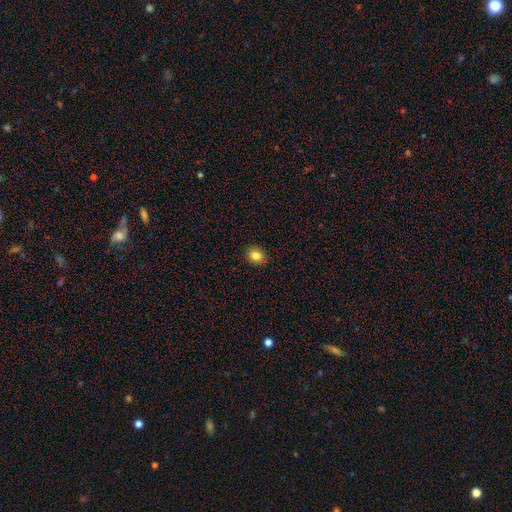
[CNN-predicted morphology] Q: Smooth or featured?
A: smooth (81%); runner-up: star or artifact (12%)
Q: How rounded?
A: round (79%); runner-up: in between (20%)
Q: Merging?
A: none (88%); runner-up: minor disturbance (8%)